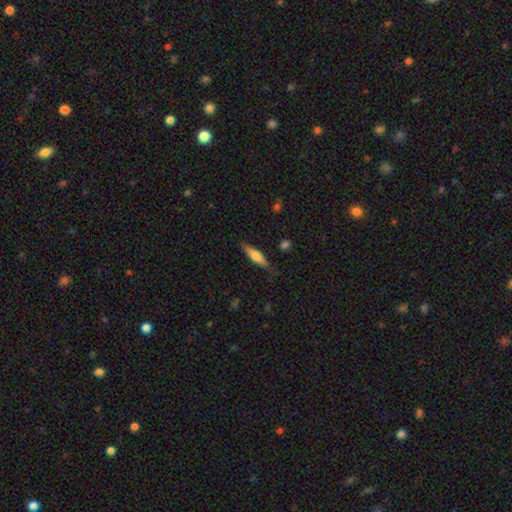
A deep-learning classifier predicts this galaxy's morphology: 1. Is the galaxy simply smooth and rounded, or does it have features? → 48% smooth, 46% featured or disk, 6% star or artifact.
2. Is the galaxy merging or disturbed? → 82% none, 13% minor disturbance, 3% major disturbance, 1% merger.